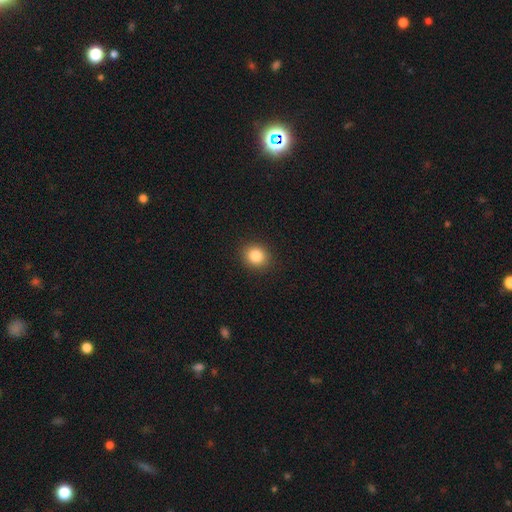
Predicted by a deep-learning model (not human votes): Q: Smooth or featured?
A: smooth (85%); runner-up: star or artifact (10%)
Q: How rounded?
A: round (76%); runner-up: in between (23%)
Q: Merging?
A: none (91%); runner-up: minor disturbance (6%)